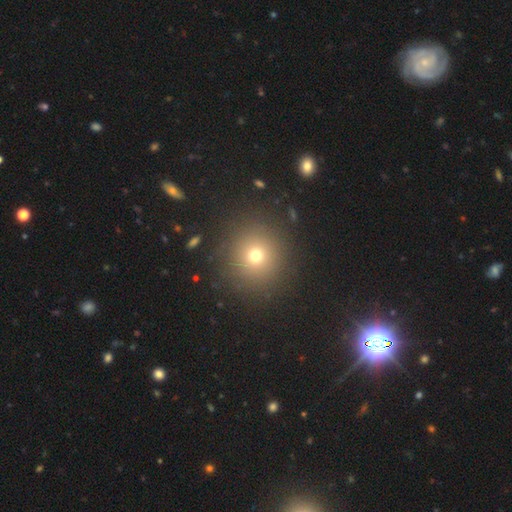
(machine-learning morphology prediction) smooth 71%, star or artifact 18%, featured or disk 10%. Down the decision tree: how rounded — round (93%); merging — none (89%).